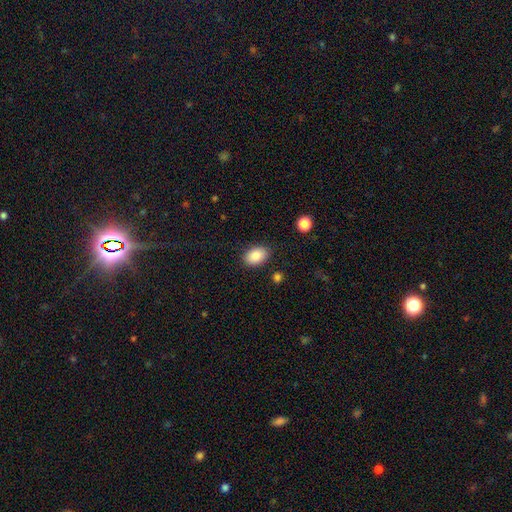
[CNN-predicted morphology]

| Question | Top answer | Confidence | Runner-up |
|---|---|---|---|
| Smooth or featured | smooth | 88% | star or artifact (7%) |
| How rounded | in between | 85% | round (14%) |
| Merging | none | 85% | minor disturbance (10%) |